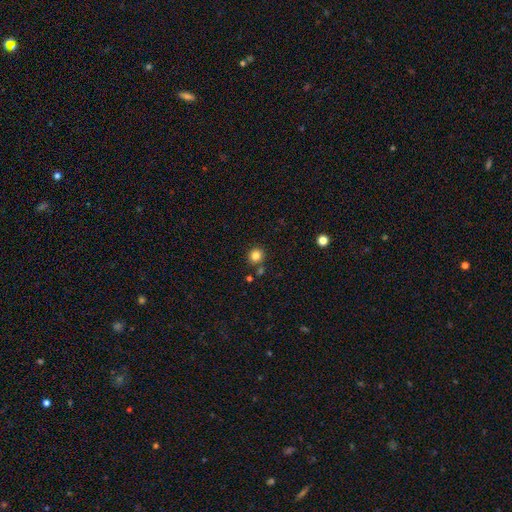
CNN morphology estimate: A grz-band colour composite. It shows a smooth galaxy with no disk features (83%) that is round (88%). Merging: none (81%).